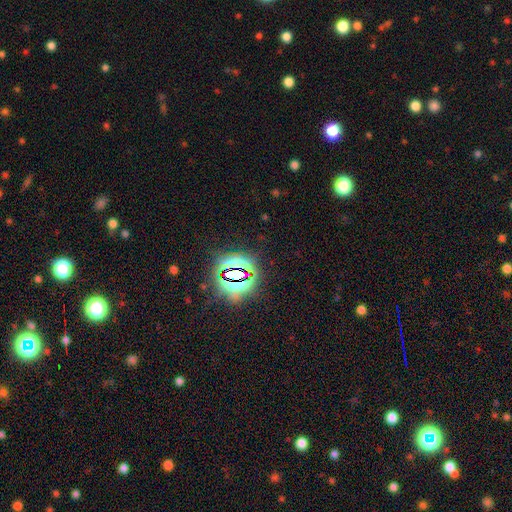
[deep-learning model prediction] Q: Smooth or featured?
A: star or artifact (82%); runner-up: smooth (11%)